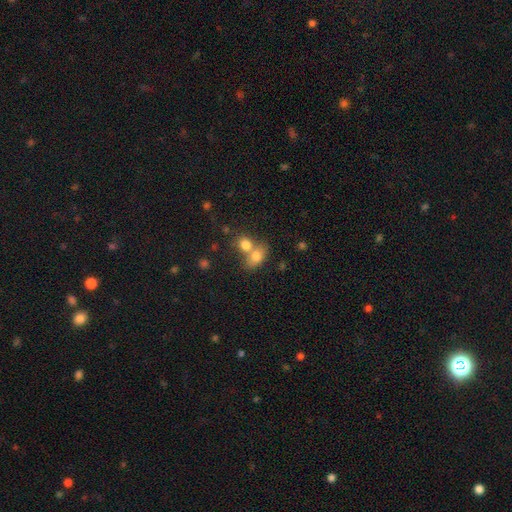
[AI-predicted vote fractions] Smooth or featured: smooth — 77% (featured or disk — 14%)
How rounded: in between — 72% (round — 26%)
Merging: merger — 56% (none — 32%)